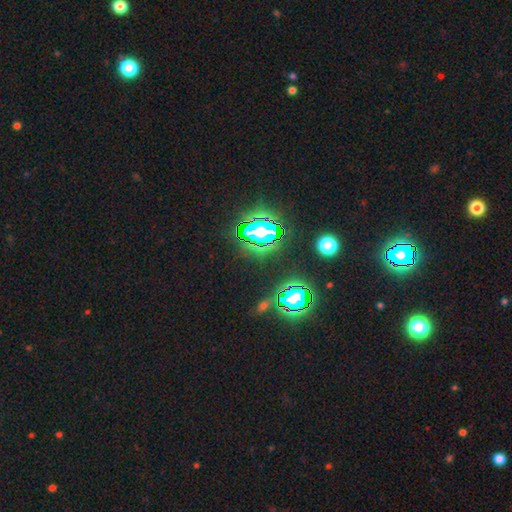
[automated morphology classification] This is clearly a star or artifact rather than a galaxy (82%).